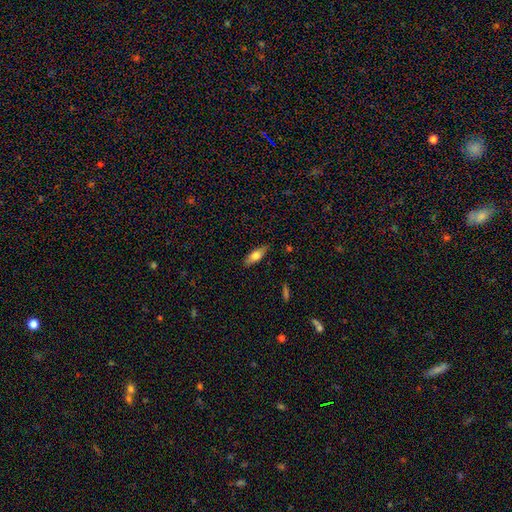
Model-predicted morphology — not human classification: smooth_or_featured: smooth (p=0.67) [alt: featured or disk p=0.27]
how_rounded: in between (p=0.65) [alt: cigar-shaped p=0.32]
merging: none (p=0.85) [alt: minor disturbance p=0.12]